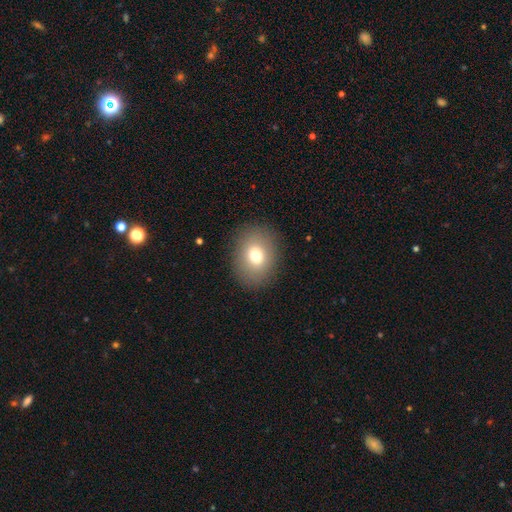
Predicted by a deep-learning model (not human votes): Smooth or featured?
  - smooth: 75% *
  - featured or disk: 14%
  - star or artifact: 11%
How rounded?
  - in between: 54% *
  - round: 45%
  - cigar-shaped: 1%
Merging?
  - none: 88% *
  - minor disturbance: 8%
  - major disturbance: 3%
  - merger: 1%